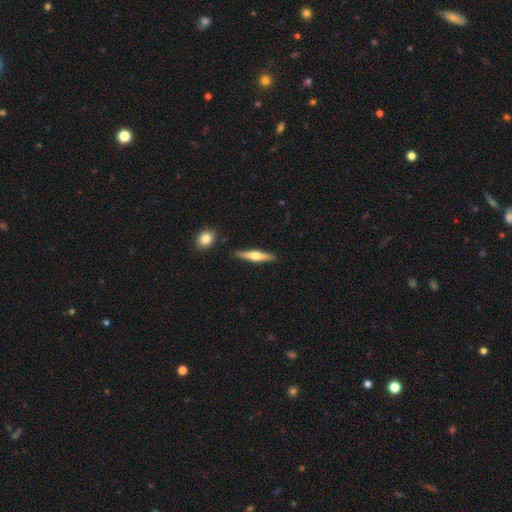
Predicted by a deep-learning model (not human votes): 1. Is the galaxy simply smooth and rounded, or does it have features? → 54% featured or disk, 41% smooth, 5% star or artifact.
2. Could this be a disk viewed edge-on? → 96% yes, 4% no.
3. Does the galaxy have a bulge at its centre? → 90% rounded, 6% none, 4% boxy.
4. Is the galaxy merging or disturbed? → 88% none, 8% minor disturbance, 2% merger, 2% major disturbance.